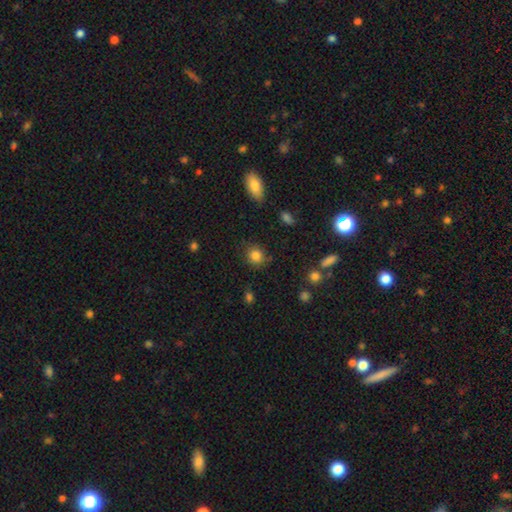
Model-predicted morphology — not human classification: A smooth galaxy with no disk features (84%) that is round (79%). Merging: none (80%).